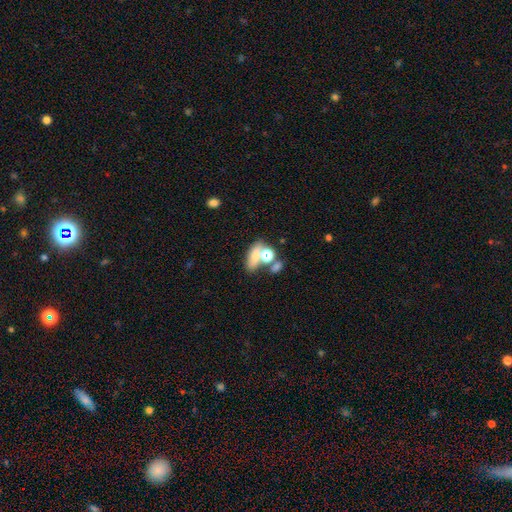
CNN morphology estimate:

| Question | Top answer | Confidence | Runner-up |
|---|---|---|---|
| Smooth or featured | smooth | 62% | star or artifact (20%) |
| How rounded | in between | 70% | round (22%) |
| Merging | none | 39% | tied: merger (39%) |